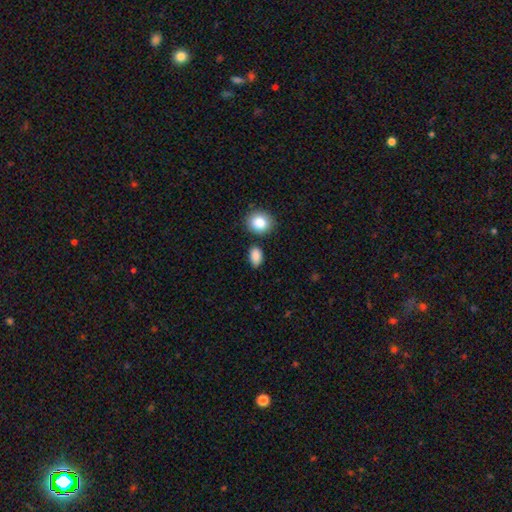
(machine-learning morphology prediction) type=smooth (88%); roundness=in between (80%); merging=none (74%).